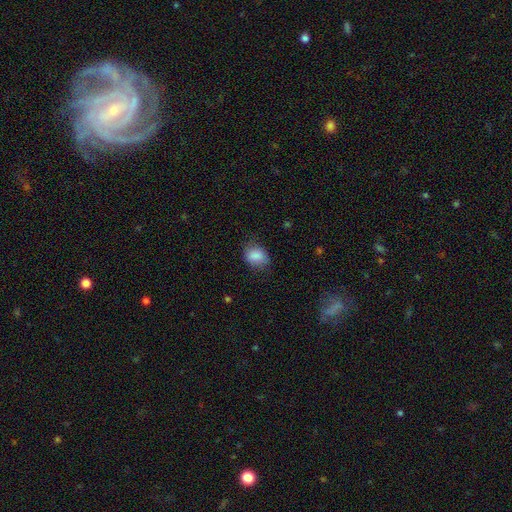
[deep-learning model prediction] smooth 86%, star or artifact 8%, featured or disk 6%. Down the decision tree: how rounded — in between (62%); merging — none (69%).